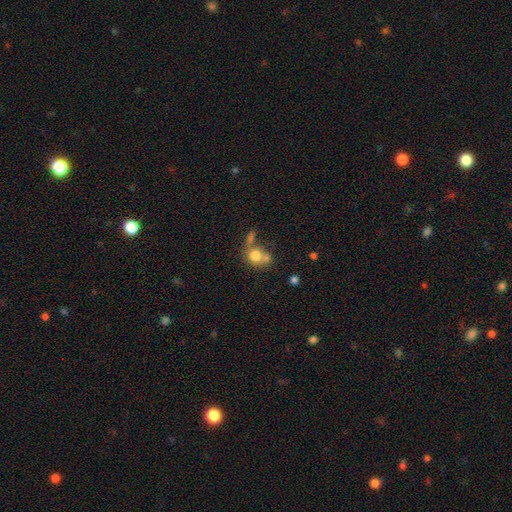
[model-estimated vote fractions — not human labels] A smooth galaxy with no disk features (75%) that is round (66%). Merging: merger (43%).